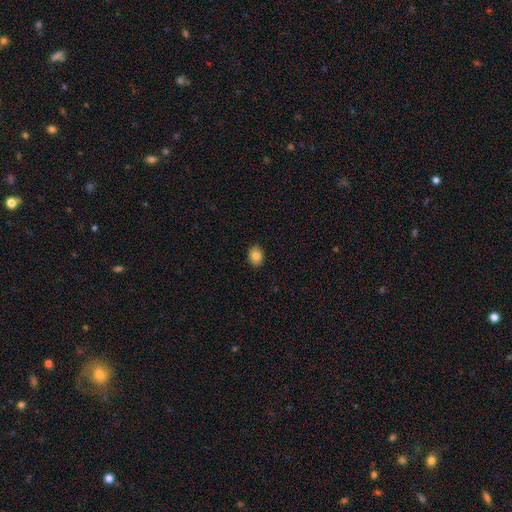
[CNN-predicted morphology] type=smooth (84%); roundness=in between (62%); merging=none (89%).